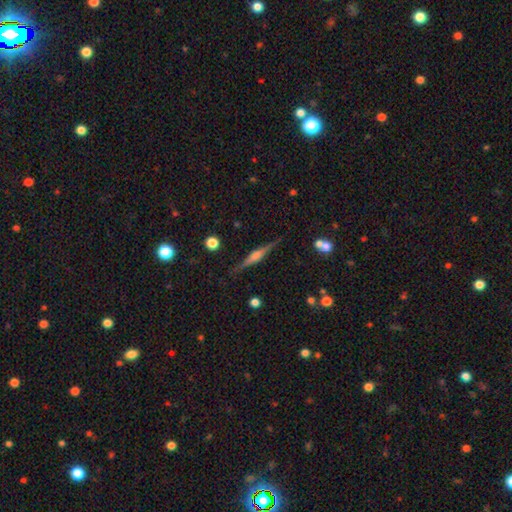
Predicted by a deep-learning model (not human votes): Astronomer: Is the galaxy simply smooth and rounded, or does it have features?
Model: featured or disk — 74%.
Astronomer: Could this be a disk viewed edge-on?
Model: yes — 97%.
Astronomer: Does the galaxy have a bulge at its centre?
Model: rounded — 66%.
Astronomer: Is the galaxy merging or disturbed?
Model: none — 86%.